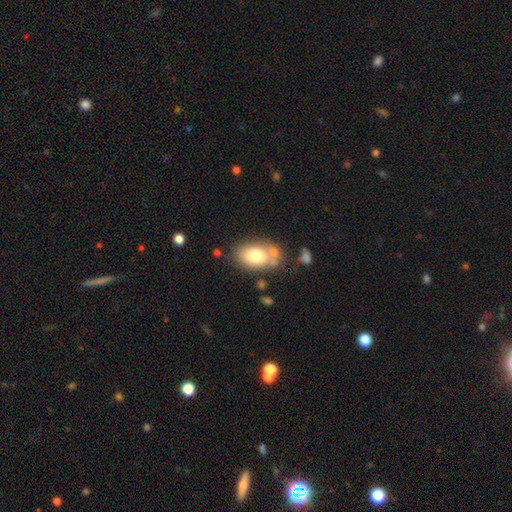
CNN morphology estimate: smooth_or_featured: smooth (p=0.73) [alt: featured or disk p=0.19]
how_rounded: in between (p=0.88) [alt: round p=0.11]
merging: none (p=0.57) [alt: minor disturbance p=0.18]